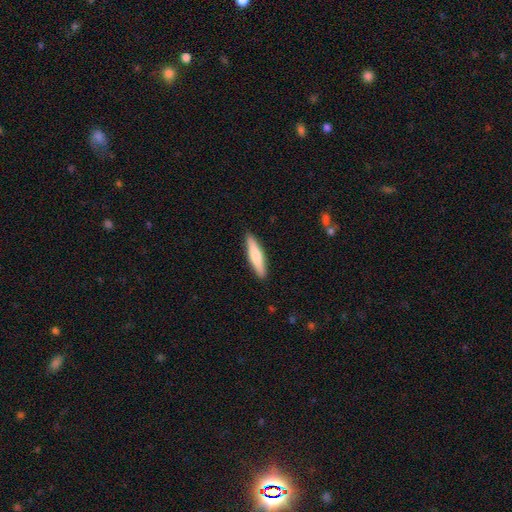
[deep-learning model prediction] smooth 69%, featured or disk 26%, star or artifact 5%. Down the decision tree: how rounded — cigar-shaped (85%); merging — none (91%).